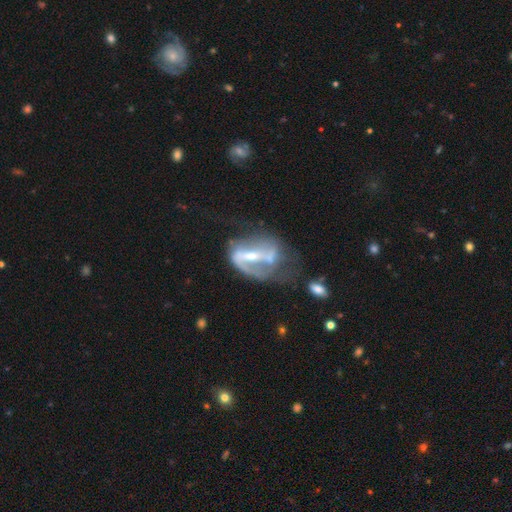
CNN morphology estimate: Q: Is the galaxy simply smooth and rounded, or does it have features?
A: featured or disk — 84%.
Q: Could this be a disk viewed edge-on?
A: no — 93%.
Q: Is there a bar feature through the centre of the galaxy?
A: strong — 63%.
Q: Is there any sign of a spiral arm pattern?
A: yes — 84%.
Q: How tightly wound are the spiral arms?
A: loose — 40%, tied with medium.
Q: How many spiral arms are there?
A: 2 — 71%.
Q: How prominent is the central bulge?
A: small — 48%.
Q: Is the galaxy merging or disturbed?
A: none — 41%.